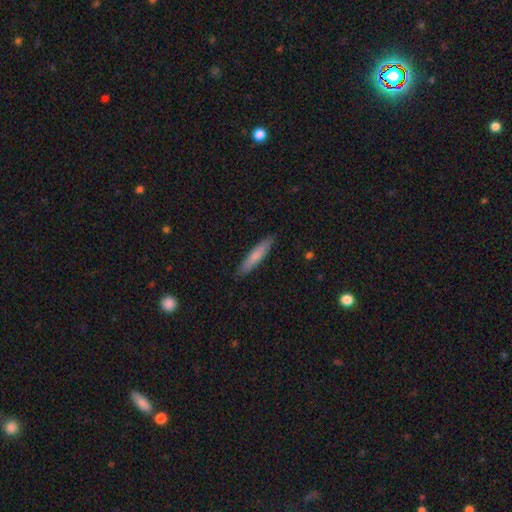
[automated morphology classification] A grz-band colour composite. It shows a smooth galaxy with no disk features (76%) that is cigar-shaped (89%). Merging: none (89%).